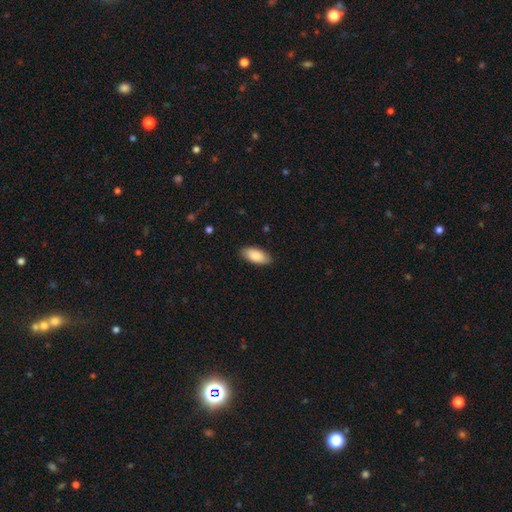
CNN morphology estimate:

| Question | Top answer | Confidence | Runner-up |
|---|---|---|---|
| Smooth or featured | smooth | 88% | featured or disk (6%) |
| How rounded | in between | 90% | cigar-shaped (8%) |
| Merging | none | 86% | minor disturbance (11%) |